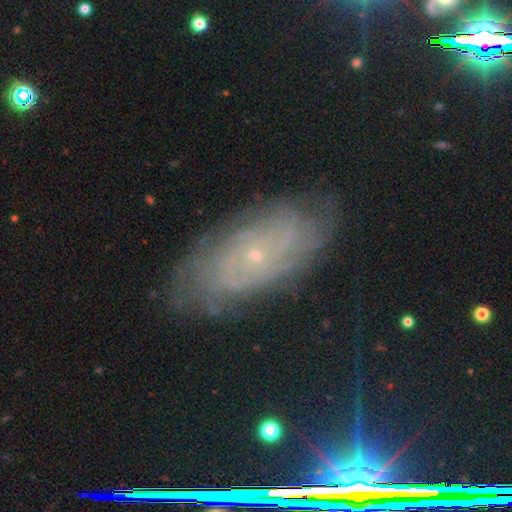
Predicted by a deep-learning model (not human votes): Morphology: type=featured or disk (73%); edge-on=no (91%); bar=no (80%); spiral arms=yes (89%); winding=tight (74%); arm count=can't tell (56%); bulge=small (86%); merging=none (78%).